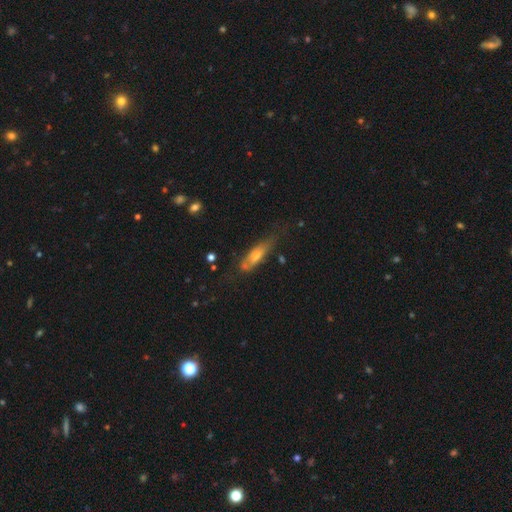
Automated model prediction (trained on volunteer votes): Smooth or featured: smooth — 47% (featured or disk — 44%)
Merging: none — 56% (minor disturbance — 28%)